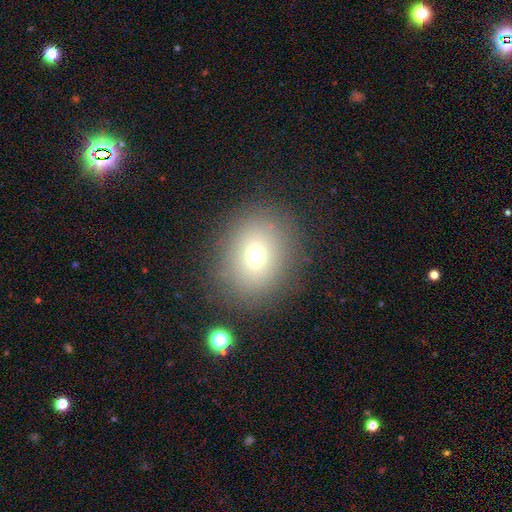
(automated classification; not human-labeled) smooth_or_featured: smooth (p=0.69) [alt: star or artifact p=0.19]
how_rounded: round (p=0.70) [alt: in between p=0.29]
merging: none (p=0.85) [alt: minor disturbance p=0.08]